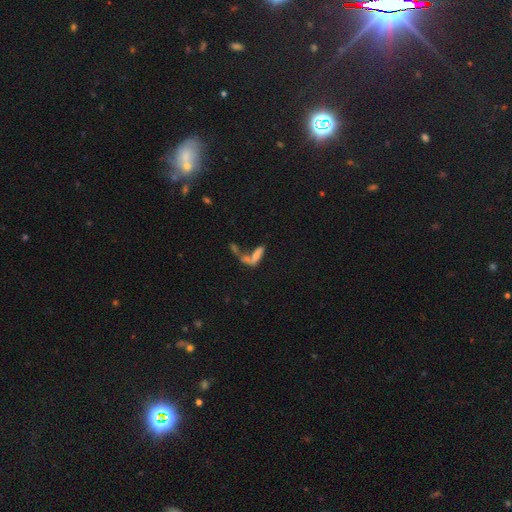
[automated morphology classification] smooth 53%, featured or disk 33%, star or artifact 14%. Down the decision tree: how rounded — in between (53%); merging — merger (50%).